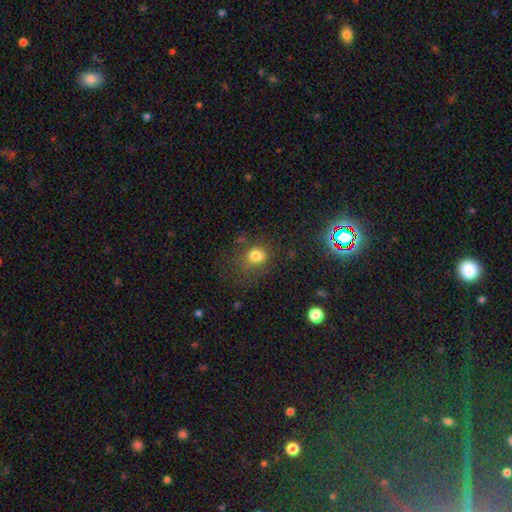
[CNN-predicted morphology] smooth 73%, star or artifact 16%, featured or disk 11%. Down the decision tree: how rounded — round (64%); merging — none (56%).